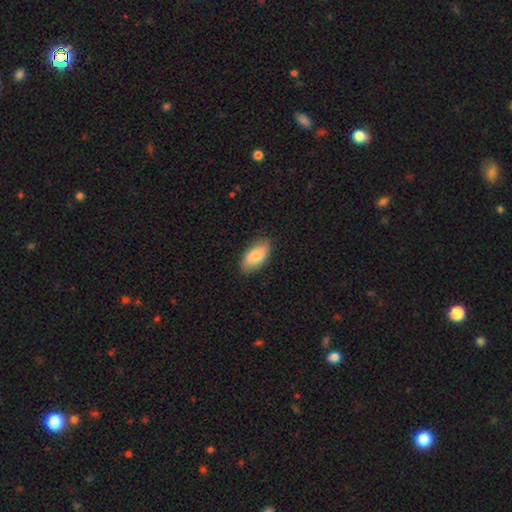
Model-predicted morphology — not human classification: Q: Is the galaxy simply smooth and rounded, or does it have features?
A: smooth — 80%.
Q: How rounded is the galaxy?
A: in between — 92%.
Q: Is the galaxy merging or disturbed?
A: none — 85%.